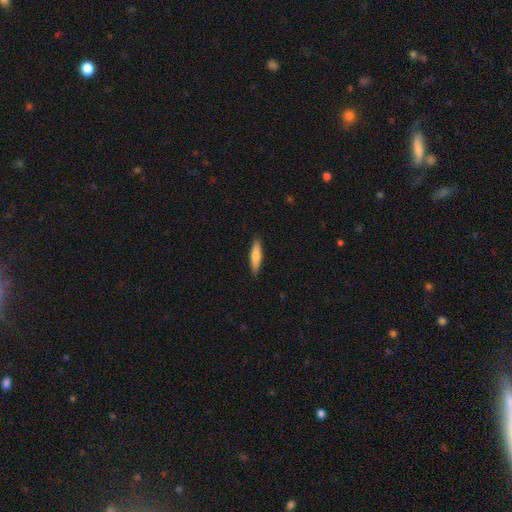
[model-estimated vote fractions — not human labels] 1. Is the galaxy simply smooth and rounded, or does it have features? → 74% smooth, 20% featured or disk, 5% star or artifact.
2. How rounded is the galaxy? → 78% cigar-shaped, 21% in between, 1% round.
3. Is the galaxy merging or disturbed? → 89% none, 9% minor disturbance, 2% major disturbance, 1% merger.